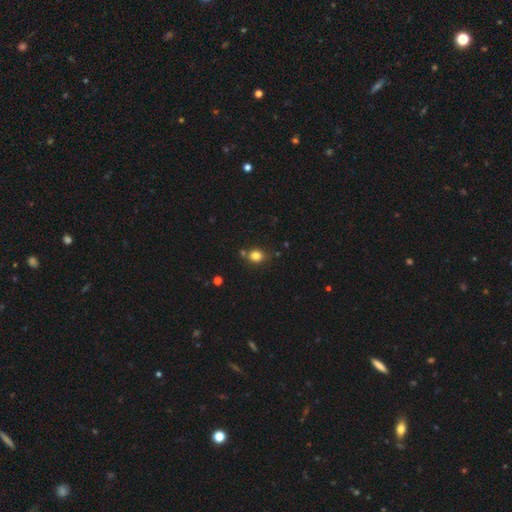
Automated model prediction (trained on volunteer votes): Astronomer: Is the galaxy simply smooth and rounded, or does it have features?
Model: smooth — 81%.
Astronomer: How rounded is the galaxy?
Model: round — 73%.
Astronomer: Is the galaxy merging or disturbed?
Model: none — 75%.